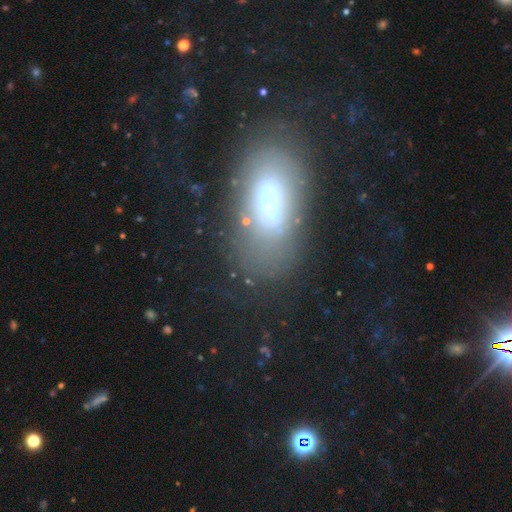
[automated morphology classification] smooth-or-featured: smooth: 44% | featured or disk: 39% | star or artifact: 16%
  merging: none: 66% | minor disturbance: 18% | major disturbance: 12% | merger: 3%